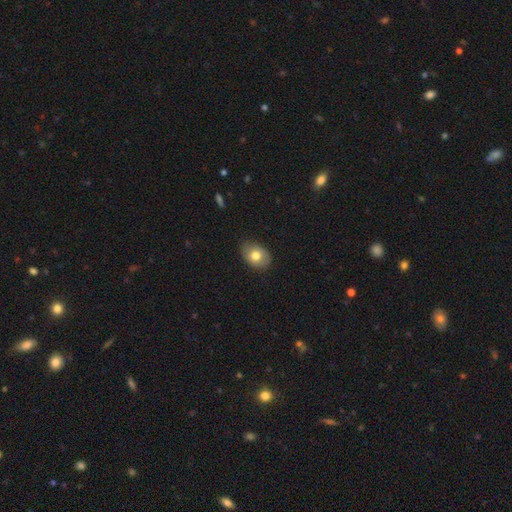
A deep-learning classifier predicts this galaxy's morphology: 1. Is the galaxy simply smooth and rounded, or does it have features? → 75% smooth, 17% featured or disk, 8% star or artifact.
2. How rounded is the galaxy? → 75% in between, 24% round, 1% cigar-shaped.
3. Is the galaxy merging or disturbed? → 79% none, 17% minor disturbance, 3% major disturbance, 1% merger.